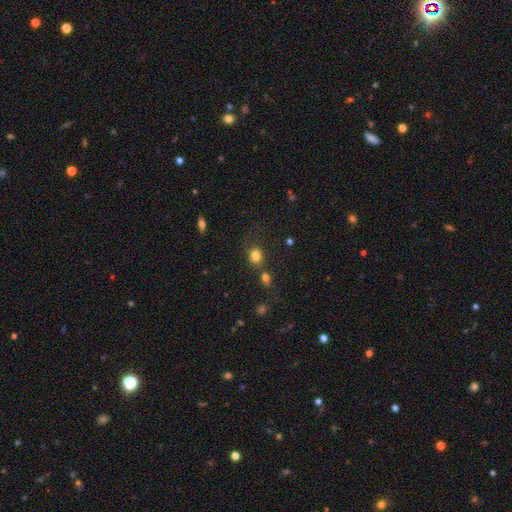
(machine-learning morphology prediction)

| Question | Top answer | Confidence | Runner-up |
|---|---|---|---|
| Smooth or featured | smooth | 80% | star or artifact (13%) |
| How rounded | round | 67% | in between (32%) |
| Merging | none | 63% | merger (17%) |